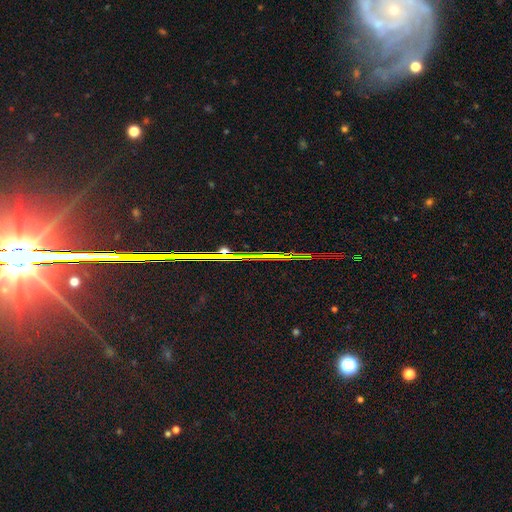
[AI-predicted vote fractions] Morphology: type=star or artifact (81%).